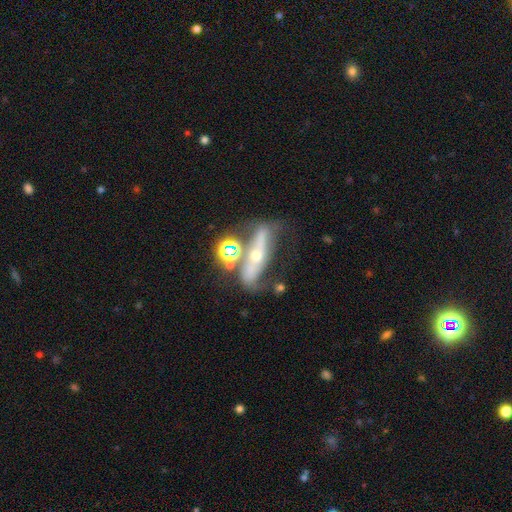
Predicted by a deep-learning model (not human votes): featured or disk 68%, smooth 21%, star or artifact 11%. Down the decision tree: edge-on disk — no (53%); merging — none (45%).